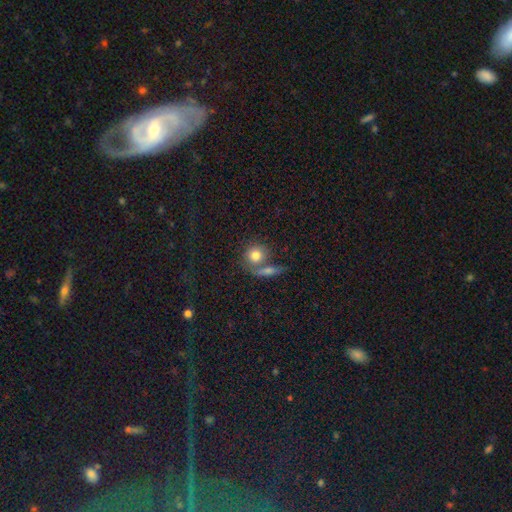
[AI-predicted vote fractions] The model was most divided on "merging": none: 49%, merger: 37%, minor disturbance: 10%, major disturbance: 5%. More confident: how rounded — round (80%); smooth or featured — smooth (78%).